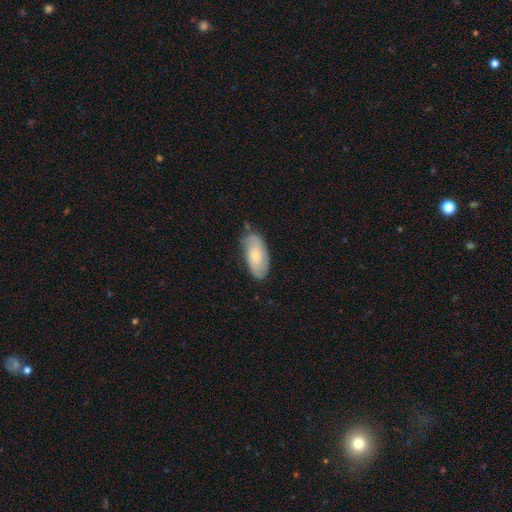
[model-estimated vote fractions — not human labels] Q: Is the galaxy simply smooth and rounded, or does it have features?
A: smooth — 52%.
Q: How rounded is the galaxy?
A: in between — 91%.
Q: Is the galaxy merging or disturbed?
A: none — 68%.